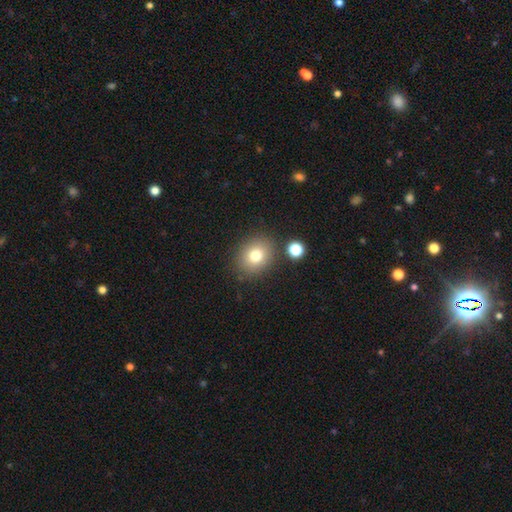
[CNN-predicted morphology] Smooth or featured?
  - smooth: 78% *
  - star or artifact: 12%
  - featured or disk: 10%
How rounded?
  - round: 64% *
  - in between: 35%
  - cigar-shaped: 1%
Merging?
  - none: 82% *
  - minor disturbance: 10%
  - merger: 5%
  - major disturbance: 3%